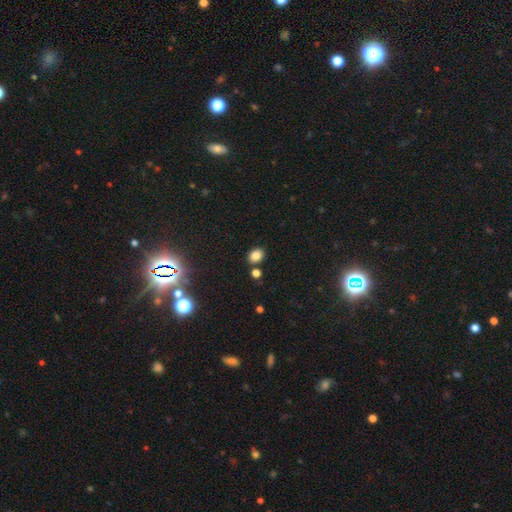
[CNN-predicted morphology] This appears to be a smooth galaxy with no disk features (82%) that is in between round and cigar-shaped (65%). Merging: none (79%).